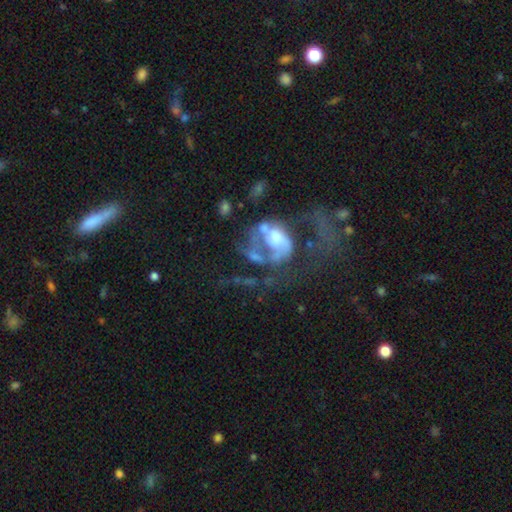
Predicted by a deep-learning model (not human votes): A featured or disk galaxy (71%) with no bar (71%), spiral arms (55%) and a moderate central bulge (37%). Merging: major disturbance (51%).